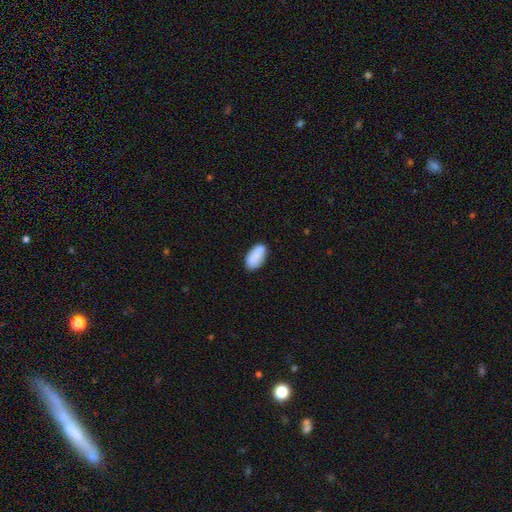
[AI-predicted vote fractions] Q: Smooth or featured?
A: smooth (87%); runner-up: star or artifact (7%)
Q: How rounded?
A: in between (93%); runner-up: cigar-shaped (4%)
Q: Merging?
A: none (74%); runner-up: minor disturbance (18%)